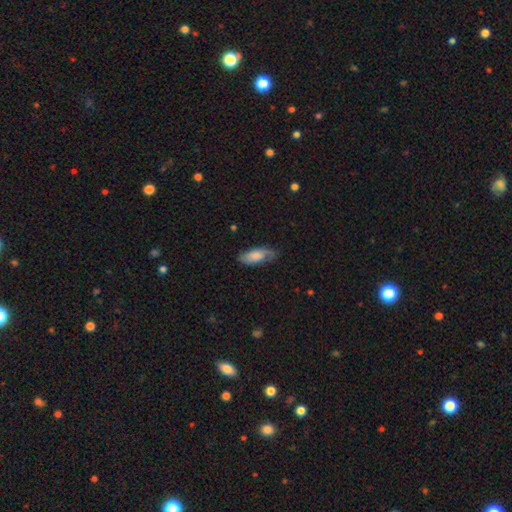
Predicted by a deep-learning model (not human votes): This is likely a smooth galaxy (64%). How rounded: clearly in between (82%). Merging: likely none (68%).